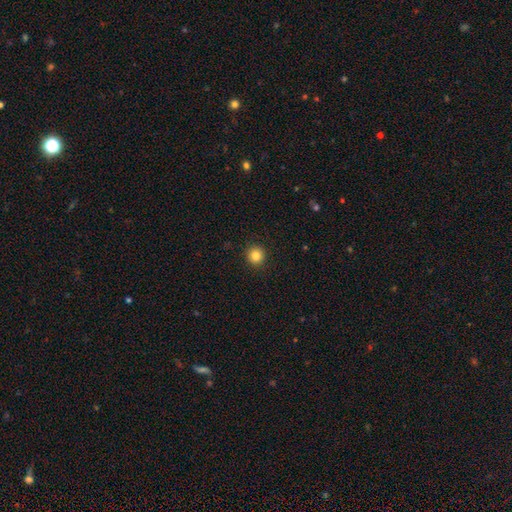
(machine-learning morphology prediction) type=smooth (84%); roundness=round (94%); merging=none (93%).